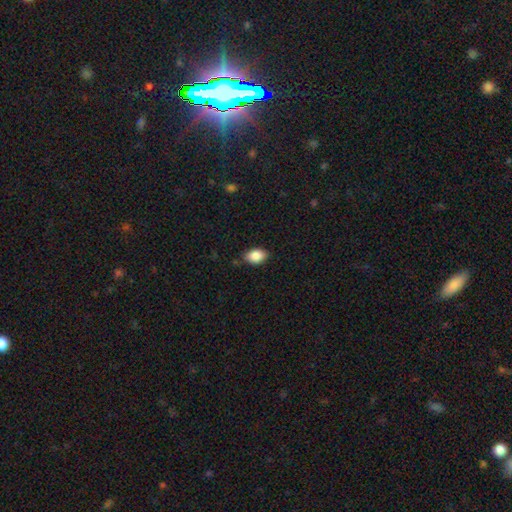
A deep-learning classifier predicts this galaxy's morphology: Smooth or featured? Predicted: smooth (p=0.87). How rounded? Predicted: in between (p=0.84). Merging? Predicted: none (p=0.77).